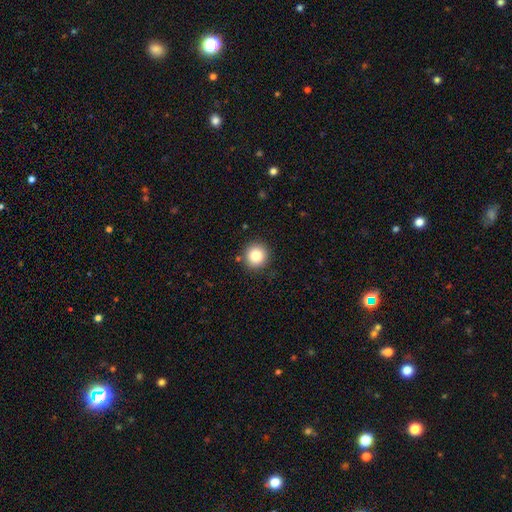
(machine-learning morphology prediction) smooth_or_featured: smooth (p=0.82) [alt: star or artifact p=0.11]
how_rounded: round (p=0.95) [alt: in between p=0.05]
merging: none (p=0.89) [alt: minor disturbance p=0.07]